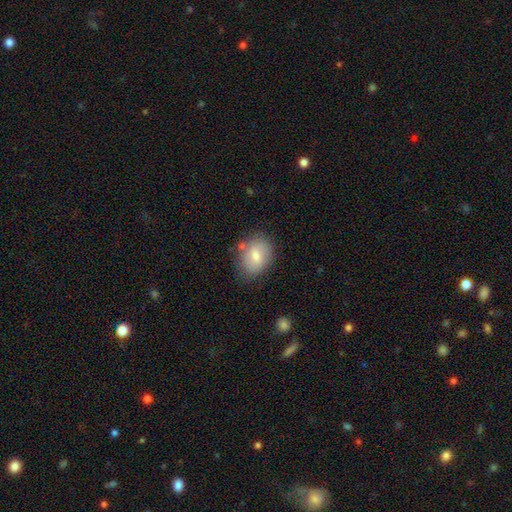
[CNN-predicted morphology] smooth-or-featured: smooth: 74% | featured or disk: 19% | star or artifact: 8%
  how-rounded: in between: 63% | round: 36% | cigar-shaped: 1%
  merging: none: 75% | minor disturbance: 16% | merger: 5% | major disturbance: 4%